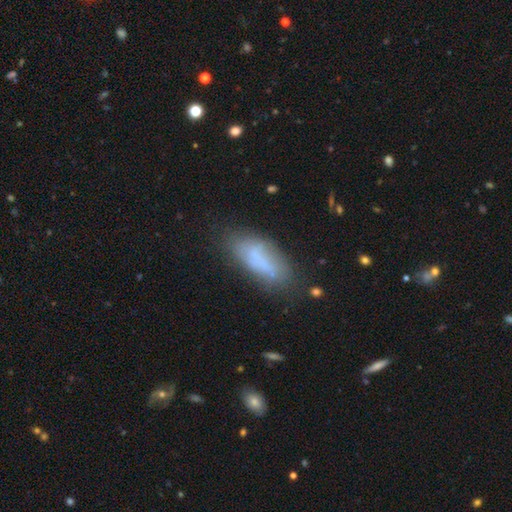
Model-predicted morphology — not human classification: This is likely a smooth galaxy (68%). How rounded: likely in between (72%). Merging: likely none (67%).